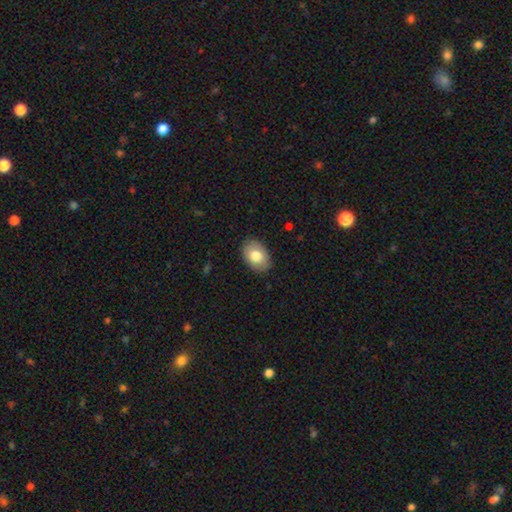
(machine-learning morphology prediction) This appears to be a smooth galaxy with no disk features (77%) that is in between round and cigar-shaped (83%). Merging: none (87%).